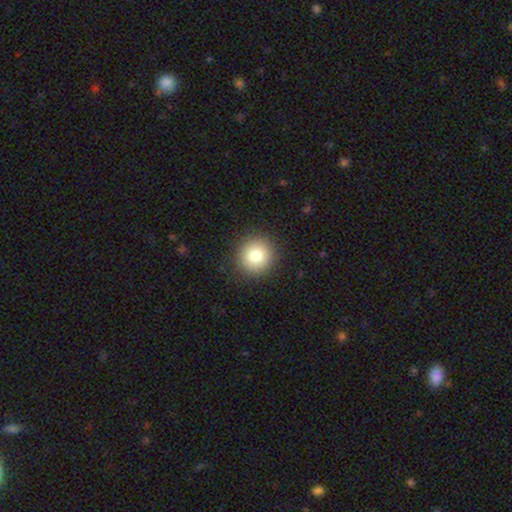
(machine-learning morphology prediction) smooth-or-featured: smooth: 80% | star or artifact: 10% | featured or disk: 10%
  how-rounded: round: 92% | in between: 7% | cigar-shaped: 1%
  merging: none: 90% | minor disturbance: 6% | major disturbance: 2% | merger: 1%